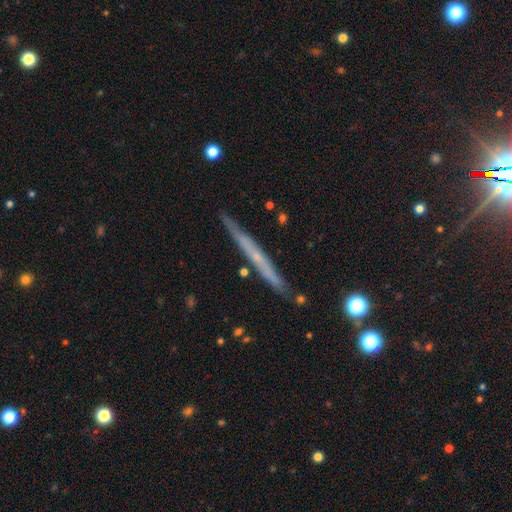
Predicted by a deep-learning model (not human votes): The model was most divided on "smooth or featured": featured or disk: 58%, smooth: 36%, star or artifact: 6%. More confident: edge-on disk — yes (96%); merging — none (87%); edge-on bulge — none (77%).